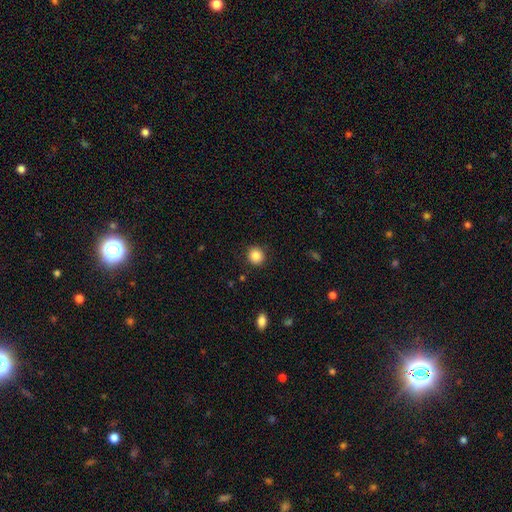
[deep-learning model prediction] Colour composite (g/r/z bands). It shows a smooth galaxy with no disk features (86%) that is round (88%). Merging: none (89%).